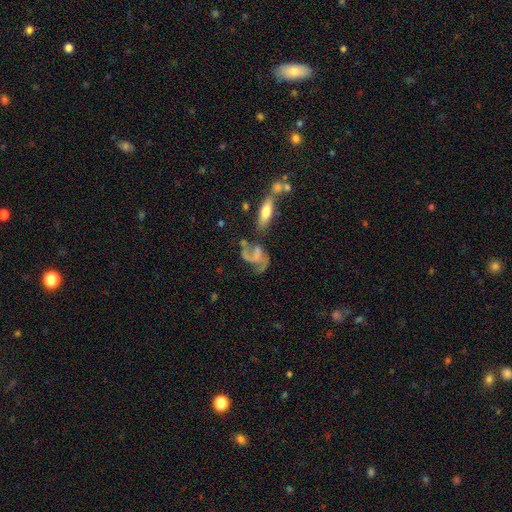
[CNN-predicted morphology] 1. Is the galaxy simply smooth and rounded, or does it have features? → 71% featured or disk, 19% smooth, 10% star or artifact.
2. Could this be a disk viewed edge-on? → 95% no, 5% yes.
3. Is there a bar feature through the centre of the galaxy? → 58% no, 29% weak, 12% strong.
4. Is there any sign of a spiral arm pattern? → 81% yes, 19% no.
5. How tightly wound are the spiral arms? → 53% loose, 35% medium, 12% tight.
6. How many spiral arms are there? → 70% 2, 17% 1, 7% can't tell, 3% 3, 1% 4, 1% more than 4.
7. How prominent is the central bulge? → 64% none, 19% small, 11% moderate, 4% large, 2% dominant.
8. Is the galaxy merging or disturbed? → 36% none, 31% major disturbance, 18% minor disturbance, 14% merger.